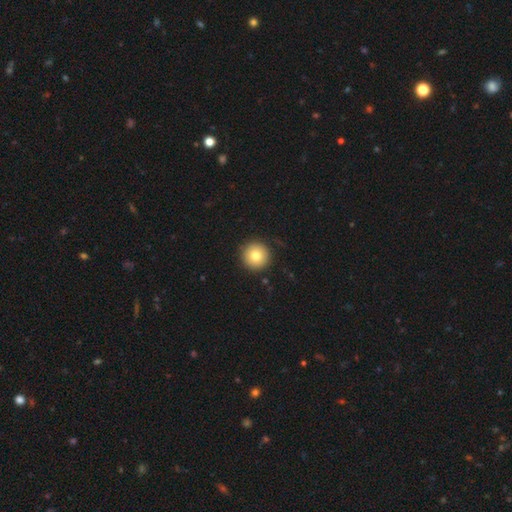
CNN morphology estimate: Overall: smooth (79%). How rounded: round (97%). Merging: none (92%).